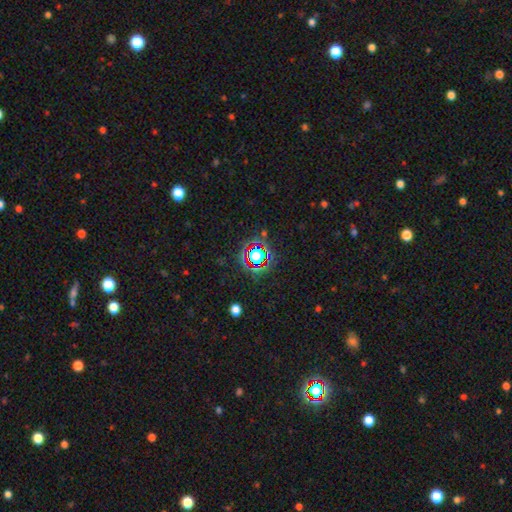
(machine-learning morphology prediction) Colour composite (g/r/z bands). It shows a star or artifact, not a galaxy (64%).